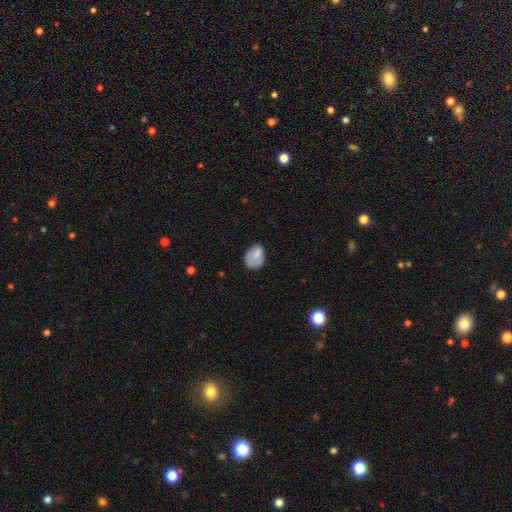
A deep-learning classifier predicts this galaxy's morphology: smooth-or-featured: smooth: 73% | featured or disk: 19% | star or artifact: 8%
  how-rounded: in between: 71% | round: 28% | cigar-shaped: 1%
  merging: none: 51% | minor disturbance: 31% | major disturbance: 14% | merger: 3%